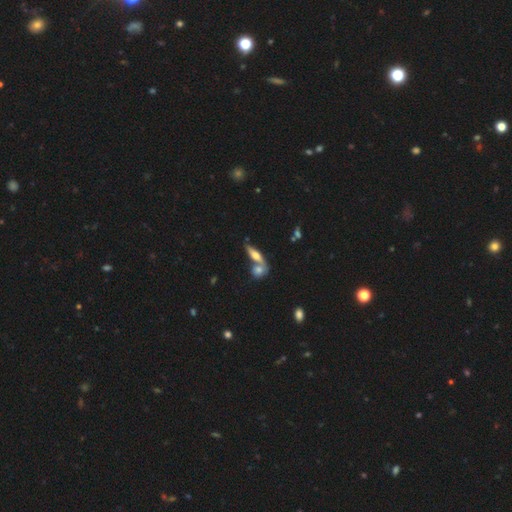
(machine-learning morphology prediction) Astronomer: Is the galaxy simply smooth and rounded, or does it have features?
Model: smooth — 46% (runner-up: featured or disk, 45%).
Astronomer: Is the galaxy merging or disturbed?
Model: none — 47% (runner-up: merger, 41%).